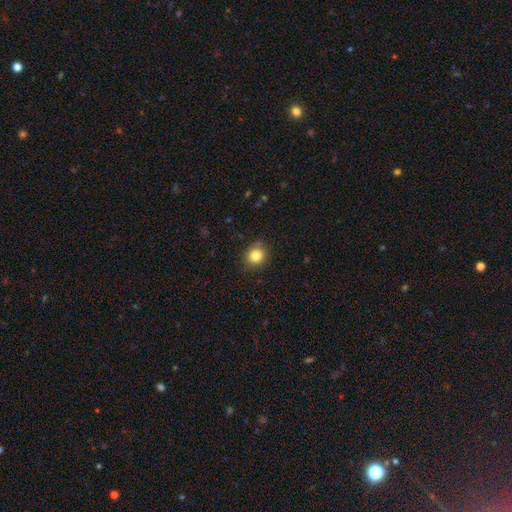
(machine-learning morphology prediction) Smooth or featured? smooth (83%)
How rounded? round (81%)
Merging? none (82%)